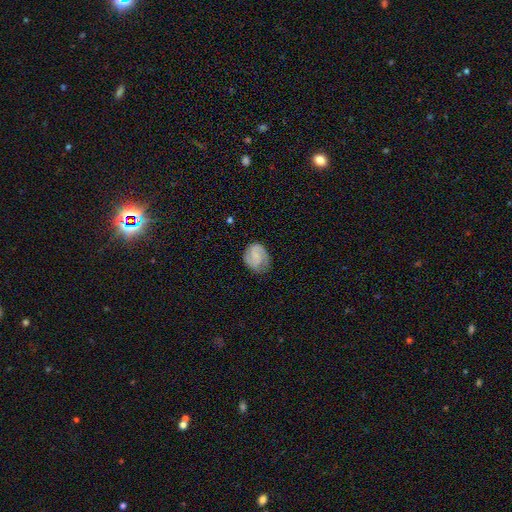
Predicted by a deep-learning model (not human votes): Q: Smooth or featured?
A: featured or disk (59%); runner-up: smooth (33%)
Q: Edge-on disk?
A: no (98%); runner-up: yes (2%)
Q: Bar?
A: no (50%); runner-up: weak (42%)
Q: Spiral arms?
A: yes (93%); runner-up: no (7%)
Q: Spiral winding?
A: medium (45%); runner-up: tight (40%)
Q: Spiral arm count?
A: 2 (78%); runner-up: can't tell (9%)
Q: Bulge size?
A: none (45%); runner-up: small (38%)
Q: Merging?
A: none (71%); runner-up: minor disturbance (21%)